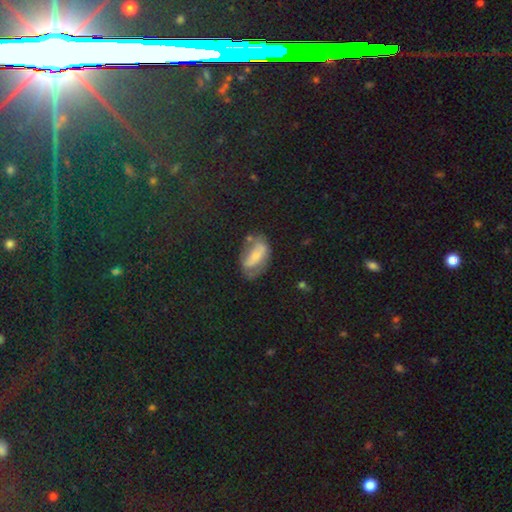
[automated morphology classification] Smooth or featured: featured or disk — 46% (smooth — 42%)
Merging: none — 51% (minor disturbance — 27%)